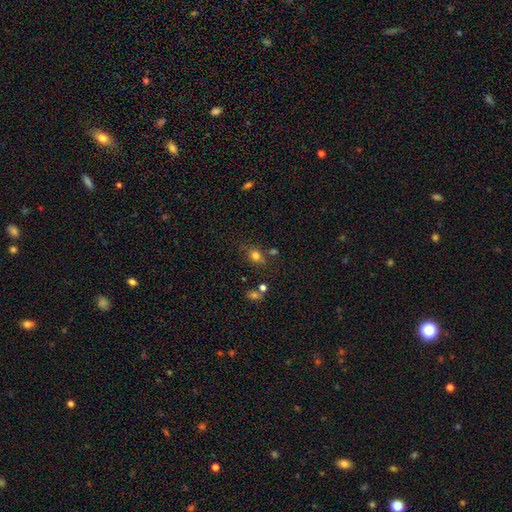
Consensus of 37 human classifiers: smooth-or-featured: smooth: 84% | featured or disk: 11% | star or artifact: 5%
  how-rounded: in between: 77% | round: 23% | cigar-shaped: 0%
  merging: none: 63% | minor disturbance: 20% | major disturbance: 11% | merger: 6%